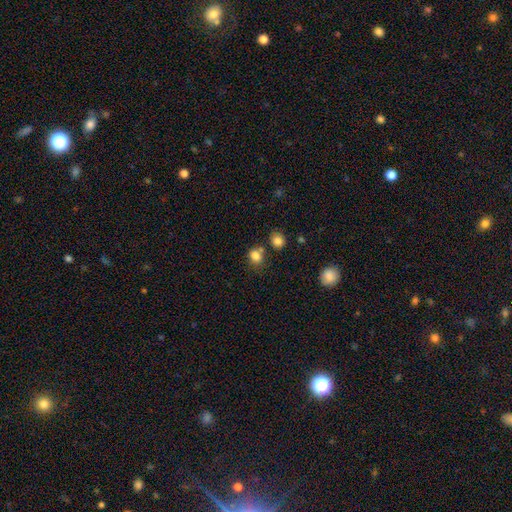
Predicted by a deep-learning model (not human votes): Overall: smooth (81%). How rounded: round (62%; in between 37%). Merging: none (59%; merger 23%).